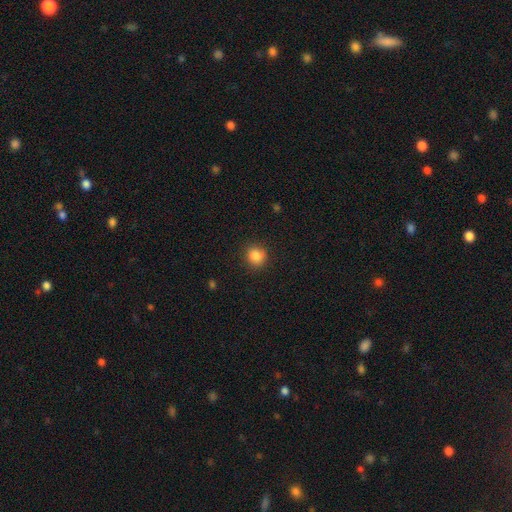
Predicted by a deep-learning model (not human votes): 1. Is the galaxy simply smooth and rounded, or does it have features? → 86% smooth, 10% star or artifact, 4% featured or disk.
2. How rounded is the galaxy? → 85% round, 14% in between, 1% cigar-shaped.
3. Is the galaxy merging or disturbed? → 87% none, 9% minor disturbance, 3% major disturbance, 1% merger.